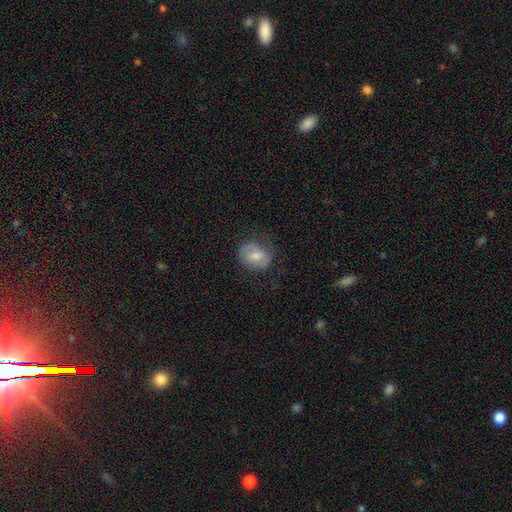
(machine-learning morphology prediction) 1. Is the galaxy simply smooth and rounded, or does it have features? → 55% smooth, 37% featured or disk, 8% star or artifact.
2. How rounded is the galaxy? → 50% in between, 49% round, 1% cigar-shaped.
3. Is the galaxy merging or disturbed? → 60% none, 24% minor disturbance, 15% major disturbance, 1% merger.